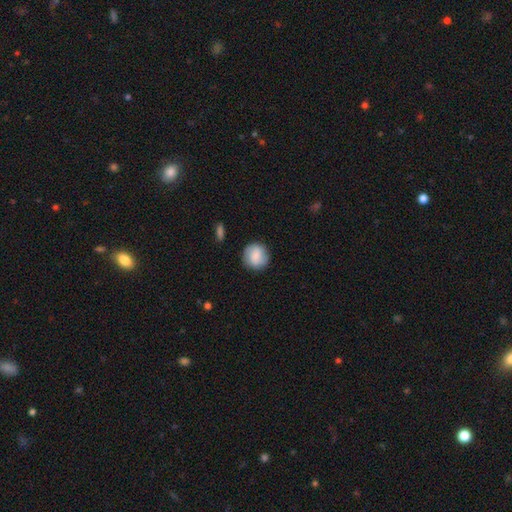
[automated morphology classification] Smooth or featured?
  - smooth: 77% *
  - featured or disk: 15%
  - star or artifact: 7%
How rounded?
  - round: 88% *
  - in between: 11%
  - cigar-shaped: 1%
Merging?
  - none: 83% *
  - minor disturbance: 12%
  - major disturbance: 3%
  - merger: 2%